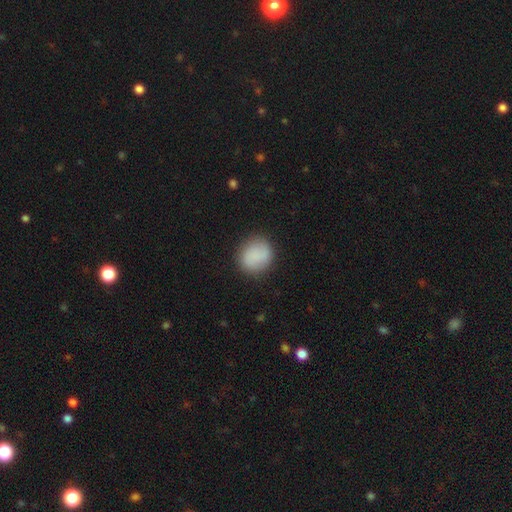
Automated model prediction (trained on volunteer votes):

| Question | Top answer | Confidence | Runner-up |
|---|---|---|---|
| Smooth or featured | smooth | 83% | featured or disk (9%) |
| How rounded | round | 79% | in between (20%) |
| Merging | none | 83% | minor disturbance (12%) |